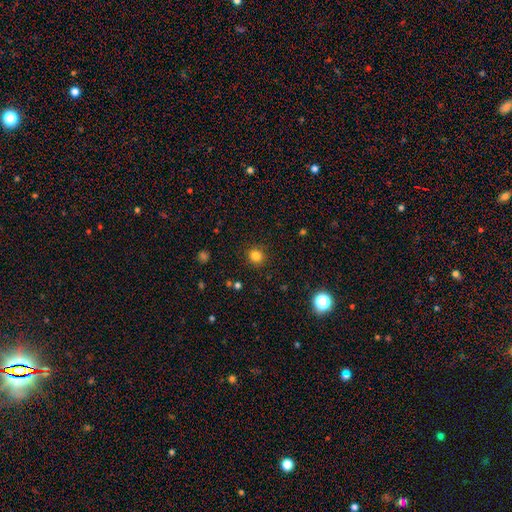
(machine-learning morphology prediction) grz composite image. It shows a smooth galaxy with no disk features (82%) that is round (90%). Merging: none (90%).